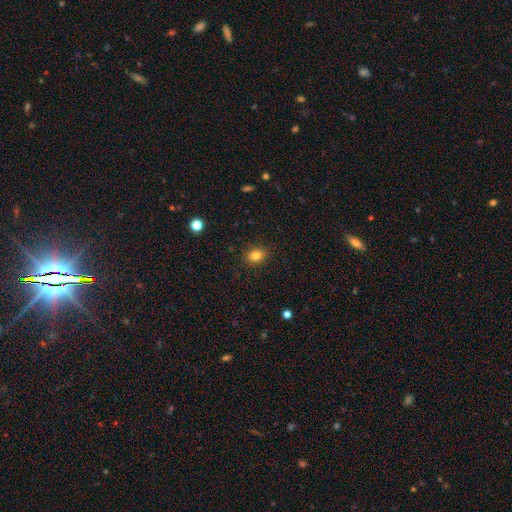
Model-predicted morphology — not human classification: Smooth or featured: smooth — 82% (star or artifact — 12%)
How rounded: round — 62% (in between — 37%)
Merging: none — 90% (minor disturbance — 7%)